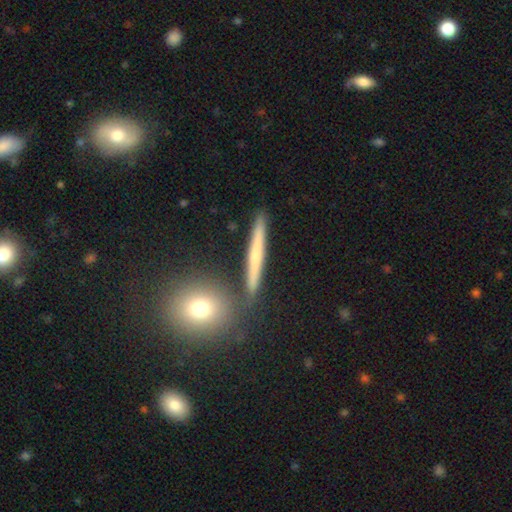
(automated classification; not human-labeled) smooth_or_featured: smooth (p=0.47) [alt: featured or disk p=0.44]
merging: none (p=0.86) [alt: minor disturbance p=0.07]